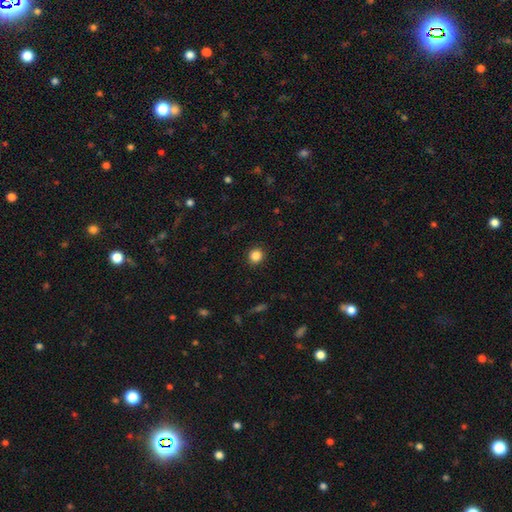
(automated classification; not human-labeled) Smooth or featured: smooth — 85% (star or artifact — 11%)
How rounded: round — 88% (in between — 11%)
Merging: none — 92% (minor disturbance — 6%)